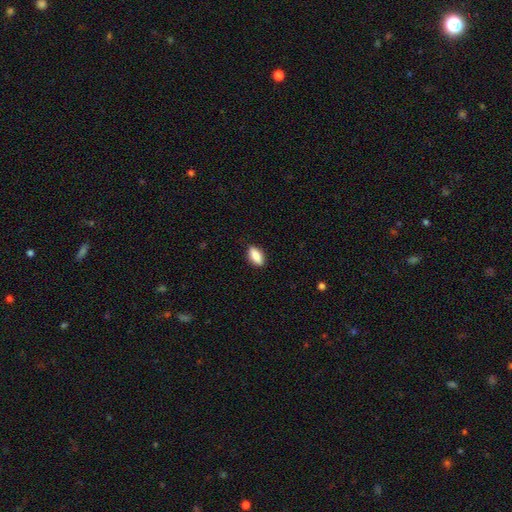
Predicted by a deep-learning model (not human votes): A smooth galaxy with no disk features (86%) that is in between round and cigar-shaped (85%).

Vote fractions:
- Smooth or featured? smooth: 86% / featured or disk: 8% / star or artifact: 7%
- How rounded? in between: 85% / cigar-shaped: 11% / round: 3%
- Merging? none: 86% / minor disturbance: 11% / major disturbance: 2% / merger: 1%